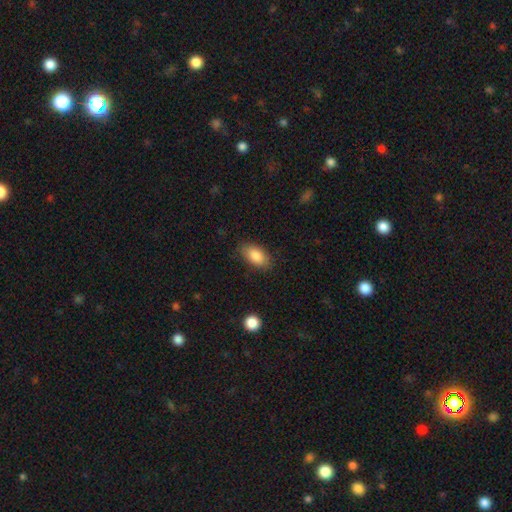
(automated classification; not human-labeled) Smooth or featured? Predicted: smooth (p=0.86). How rounded? Predicted: in between (p=0.92). Merging? Predicted: none (p=0.83).